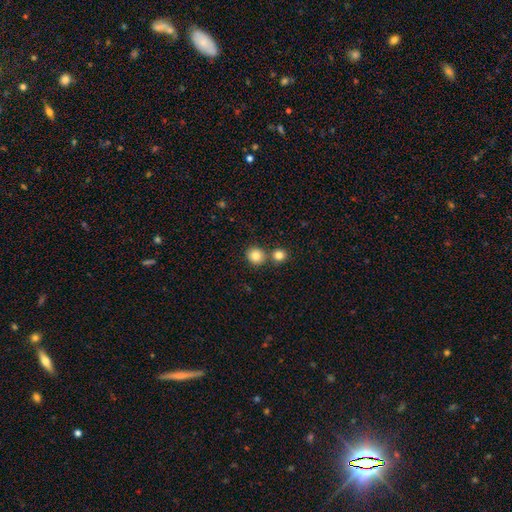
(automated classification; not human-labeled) The model was most divided on "merging": none: 73%, merger: 18%, minor disturbance: 7%, major disturbance: 2%. More confident: how rounded — round (88%); smooth or featured — smooth (83%).